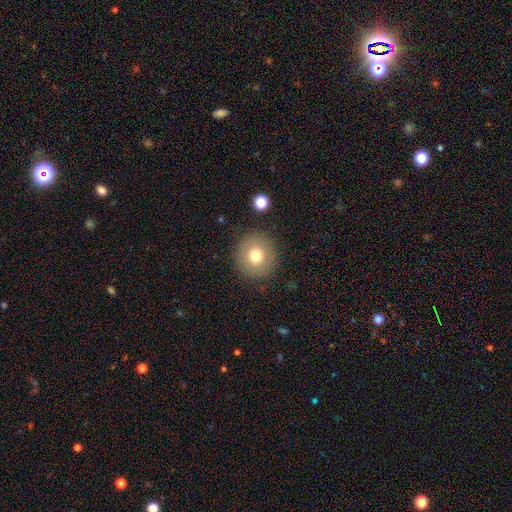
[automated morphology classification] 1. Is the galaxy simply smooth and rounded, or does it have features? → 74% smooth, 15% featured or disk, 12% star or artifact.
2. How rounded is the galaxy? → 94% round, 5% in between, 1% cigar-shaped.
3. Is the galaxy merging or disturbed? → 88% none, 8% minor disturbance, 3% major disturbance, 2% merger.